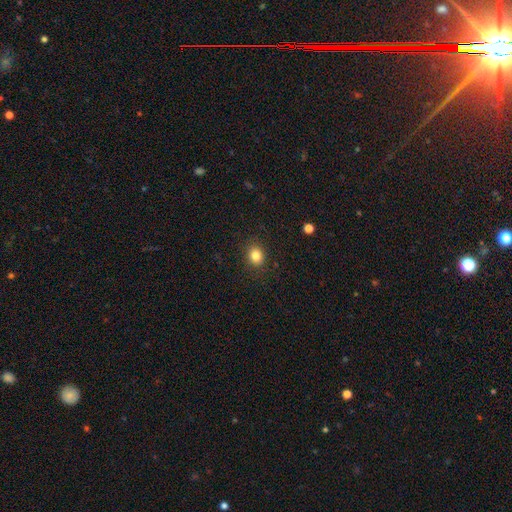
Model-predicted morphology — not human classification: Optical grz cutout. It shows a smooth galaxy with no disk features (83%) that is round (66%). Merging: none (88%).